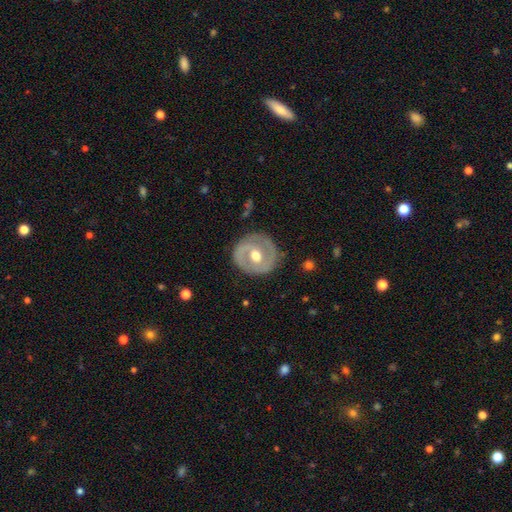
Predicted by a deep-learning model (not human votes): featured or disk 69%, smooth 27%, star or artifact 5%. Down the decision tree: edge-on disk — no (96%); bar — no (51%); spiral arms — yes (56%); bulge size — moderate (80%); merging — none (83%).